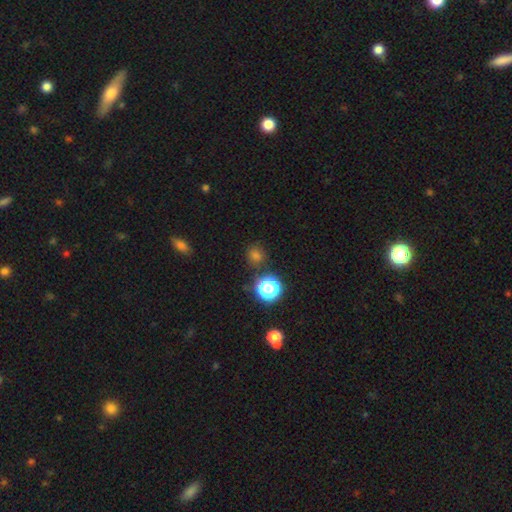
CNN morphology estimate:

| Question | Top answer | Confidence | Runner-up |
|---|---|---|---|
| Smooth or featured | smooth | 66% | star or artifact (29%) |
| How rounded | round | 89% | in between (10%) |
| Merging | none | 84% | minor disturbance (9%) |